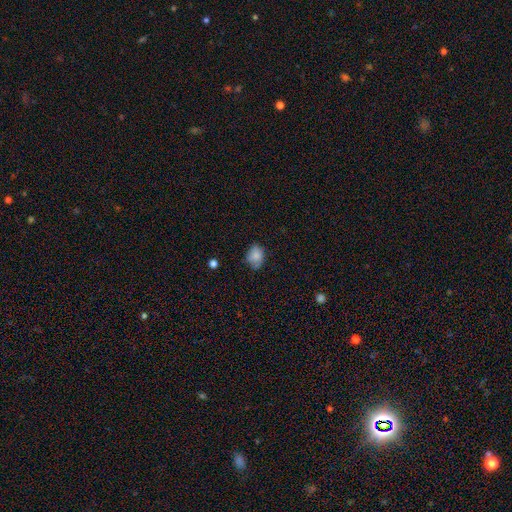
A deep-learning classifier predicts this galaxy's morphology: smooth_or_featured: smooth (p=0.83) [alt: star or artifact p=0.09]
how_rounded: in between (p=0.61) [alt: round p=0.38]
merging: none (p=0.66) [alt: minor disturbance p=0.27]